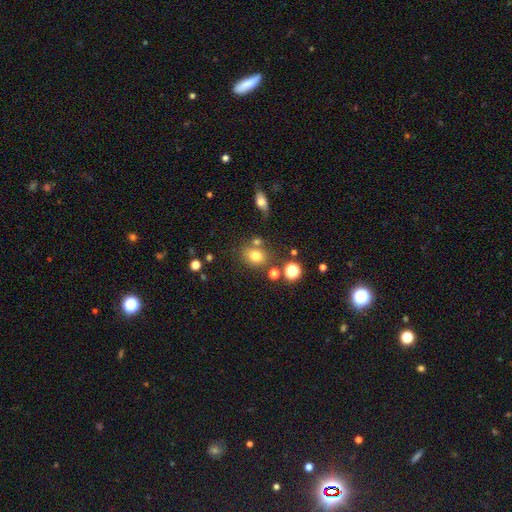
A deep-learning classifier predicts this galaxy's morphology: smooth_or_featured: smooth (p=0.75) [alt: star or artifact p=0.15]
how_rounded: round (p=0.56) [alt: in between p=0.43]
merging: none (p=0.70) [alt: merger p=0.13]